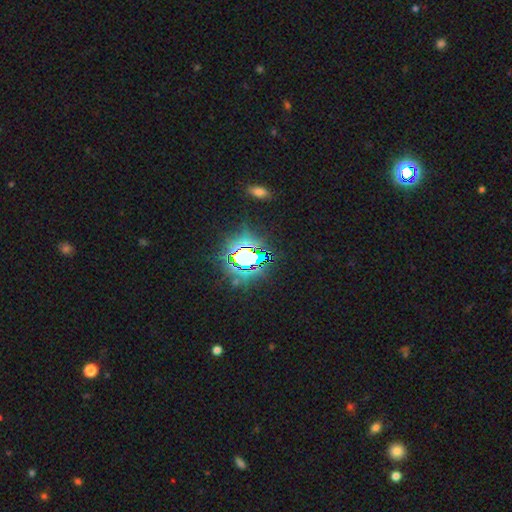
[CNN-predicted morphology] This is likely a star or artifact rather than a galaxy (80%).